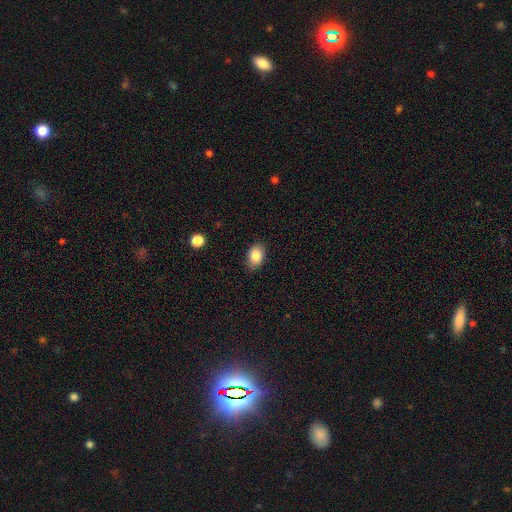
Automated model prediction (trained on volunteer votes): This is clearly a smooth galaxy (85%). How rounded: clearly in between (85%). Merging: clearly none (86%).